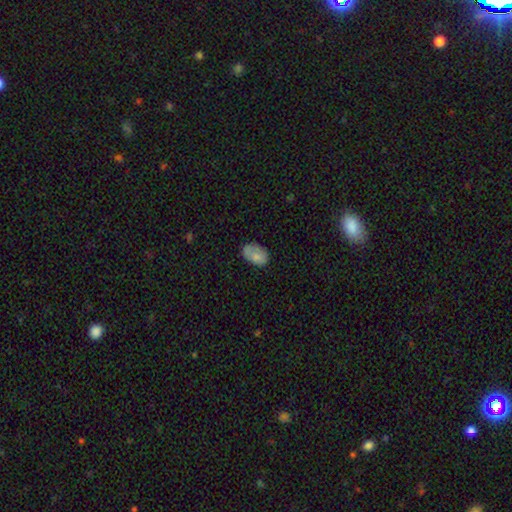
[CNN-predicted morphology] Smooth or featured? smooth (76%)
How rounded? in between (86%)
Merging? none (56%)